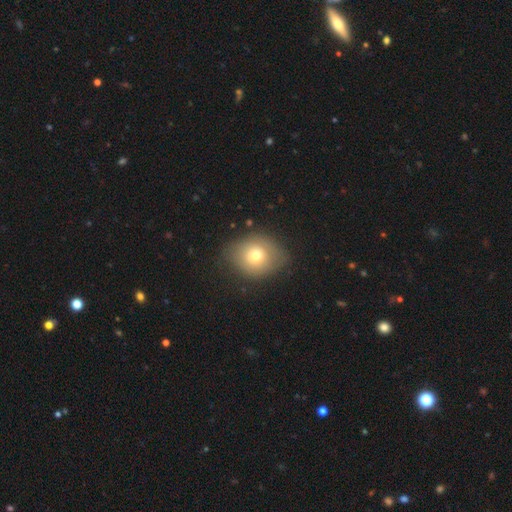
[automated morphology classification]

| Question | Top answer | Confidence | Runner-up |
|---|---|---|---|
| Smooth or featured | smooth | 72% | featured or disk (18%) |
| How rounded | round | 57% | in between (42%) |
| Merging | none | 71% | minor disturbance (21%) |